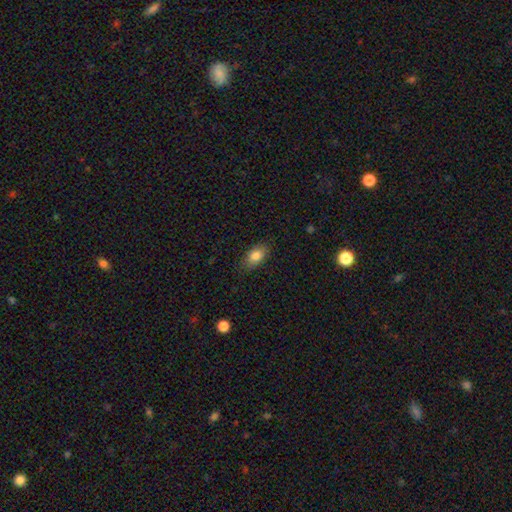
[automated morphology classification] Smooth or featured?
  - smooth: 83% *
  - featured or disk: 9%
  - star or artifact: 8%
How rounded?
  - in between: 88% *
  - round: 8%
  - cigar-shaped: 4%
Merging?
  - none: 81% *
  - minor disturbance: 15%
  - major disturbance: 3%
  - merger: 1%